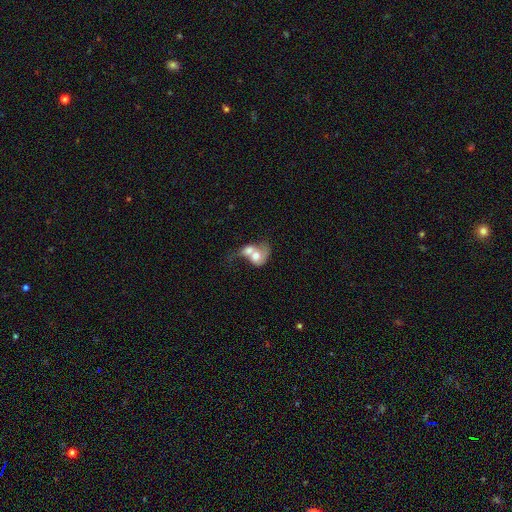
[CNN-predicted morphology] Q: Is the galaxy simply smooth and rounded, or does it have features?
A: smooth — 53%.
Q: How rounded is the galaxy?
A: in between — 52%.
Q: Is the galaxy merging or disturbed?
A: merger — 80%.